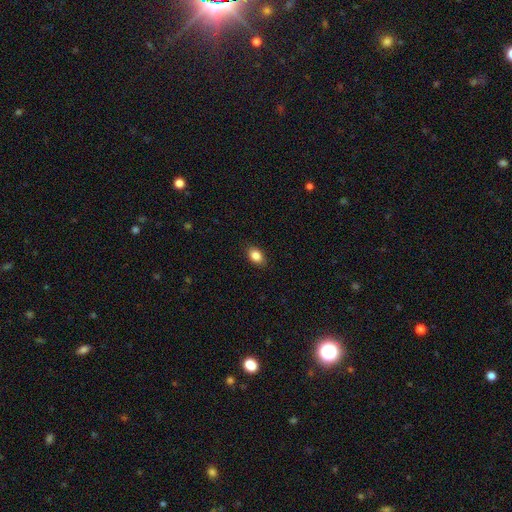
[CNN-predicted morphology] A smooth galaxy with no disk features (86%) that is in between round and cigar-shaped (83%). Merging: none (88%).